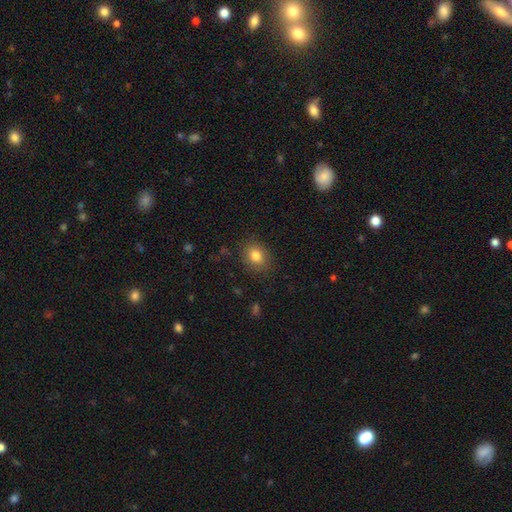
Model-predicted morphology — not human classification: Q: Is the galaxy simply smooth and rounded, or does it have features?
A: smooth — 82%.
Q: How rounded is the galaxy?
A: in between — 52%.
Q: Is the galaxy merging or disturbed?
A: none — 85%.